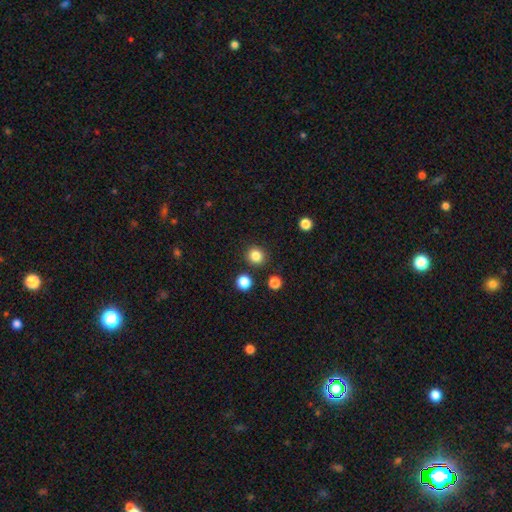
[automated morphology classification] type=smooth (84%); roundness=round (90%); merging=none (89%).